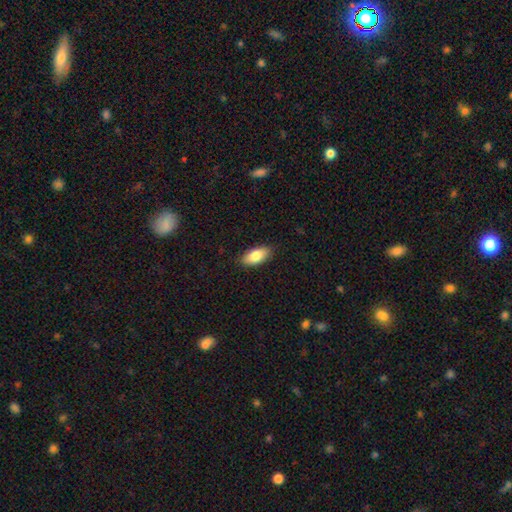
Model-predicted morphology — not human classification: This appears to be a smooth galaxy with no disk features (83%) that is in between round and cigar-shaped (90%). Merging: none (87%).